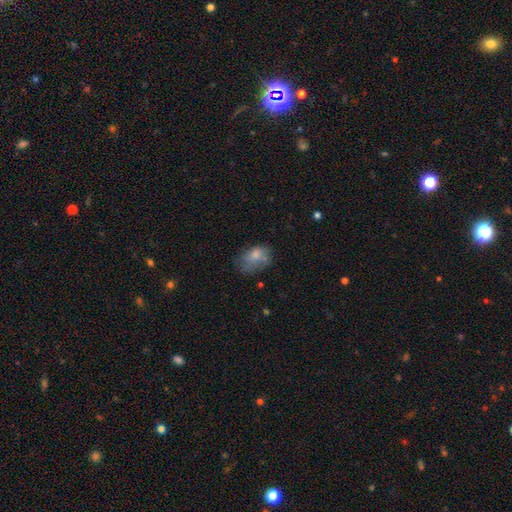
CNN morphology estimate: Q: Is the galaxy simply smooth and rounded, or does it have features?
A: smooth — 74%.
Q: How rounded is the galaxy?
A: in between — 79%.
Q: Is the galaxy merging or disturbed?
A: none — 43%.